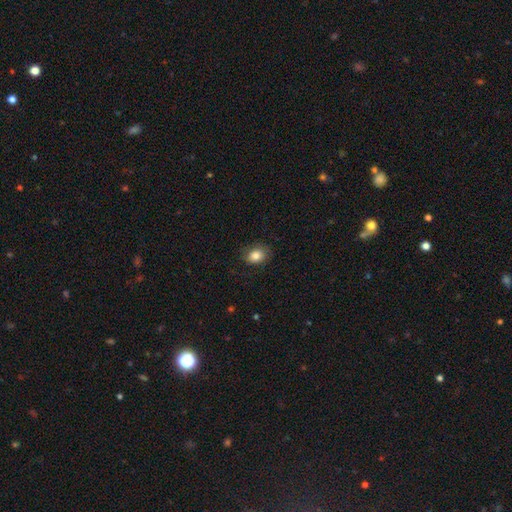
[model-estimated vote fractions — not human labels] The model was most divided on "how rounded": in between: 57%, round: 42%, cigar-shaped: 1%. More confident: smooth or featured — smooth (83%); merging — none (77%).